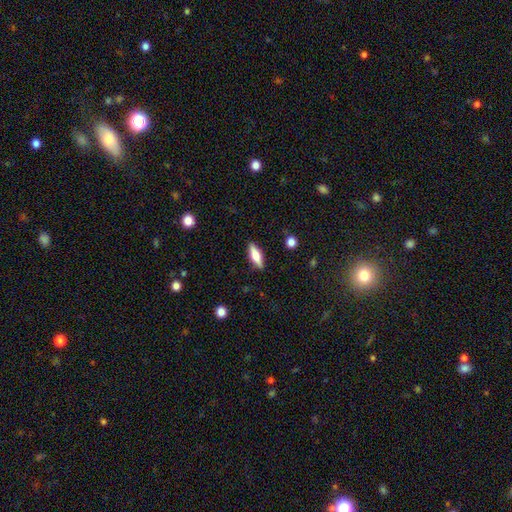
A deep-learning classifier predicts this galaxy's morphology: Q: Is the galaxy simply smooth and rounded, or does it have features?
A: smooth — 57%.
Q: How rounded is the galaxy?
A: in between — 50%.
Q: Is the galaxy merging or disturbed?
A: none — 89%.